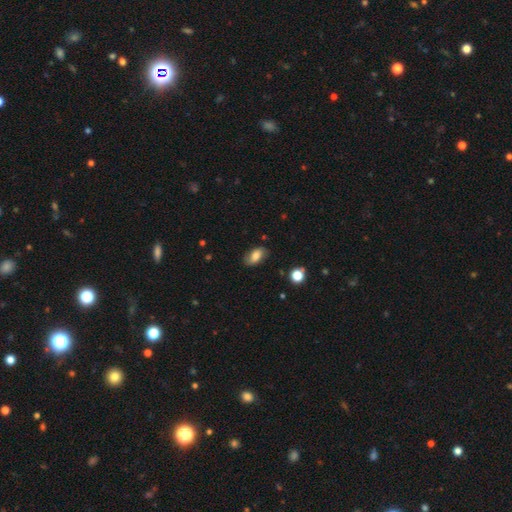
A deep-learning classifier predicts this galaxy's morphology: smooth-or-featured: smooth: 71% | featured or disk: 20% | star or artifact: 9%
  how-rounded: in between: 90% | round: 7% | cigar-shaped: 3%
  merging: none: 77% | minor disturbance: 17% | major disturbance: 4% | merger: 1%